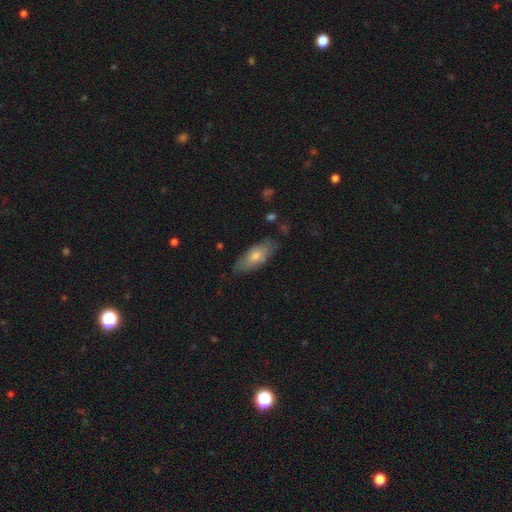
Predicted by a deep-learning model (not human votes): The model was most divided on "smooth or featured": smooth: 62%, featured or disk: 30%, star or artifact: 7%. More confident: merging — none (78%); how rounded — in between (74%).